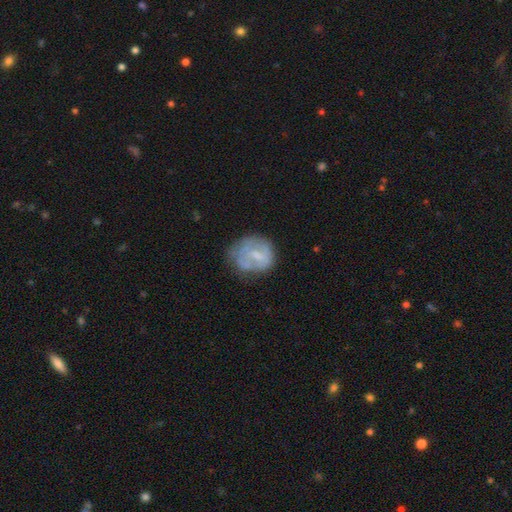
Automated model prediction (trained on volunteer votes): This is possibly a featured or disk galaxy (48%). Merging: possibly none (49%).